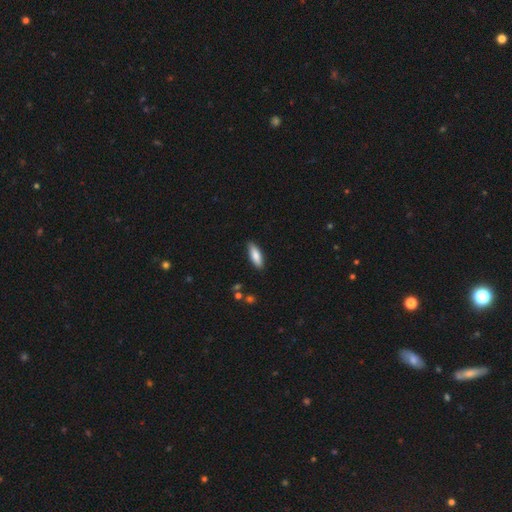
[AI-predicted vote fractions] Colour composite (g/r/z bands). It shows a smooth galaxy with no disk features (81%) that is in between round and cigar-shaped (56%). Merging: none (86%).